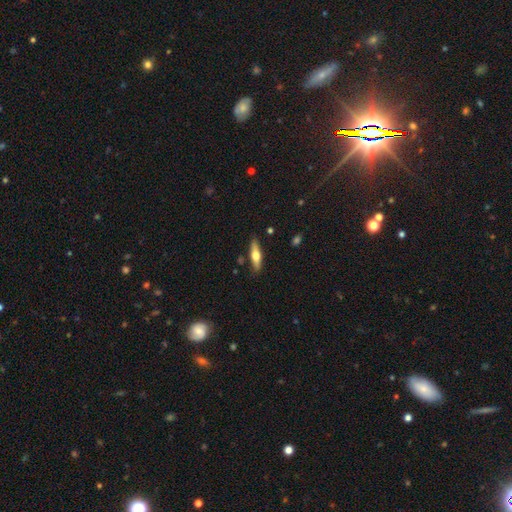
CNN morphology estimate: Smooth or featured? smooth (50%)
How rounded? cigar-shaped (64%)
Merging? none (83%)